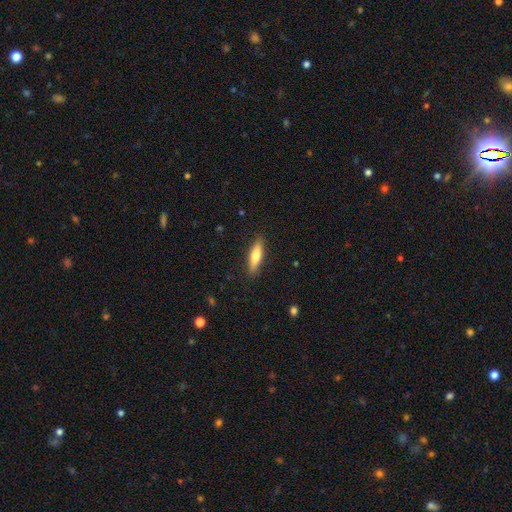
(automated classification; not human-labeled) smooth_or_featured: smooth (p=0.71) [alt: featured or disk p=0.23]
how_rounded: cigar-shaped (p=0.63) [alt: in between p=0.35]
merging: none (p=0.88) [alt: minor disturbance p=0.09]